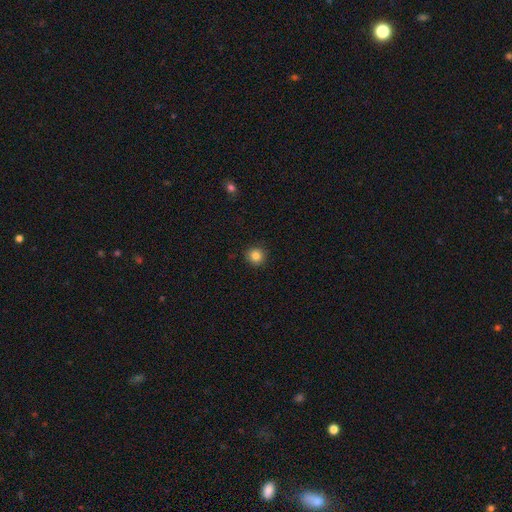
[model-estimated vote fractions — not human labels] A smooth galaxy with no disk features (84%) that is round (93%).

Vote fractions:
- Smooth or featured? smooth: 84% / star or artifact: 11% / featured or disk: 5%
- How rounded? round: 93% / in between: 6% / cigar-shaped: 1%
- Merging? none: 91% / minor disturbance: 6% / major disturbance: 2% / merger: 1%